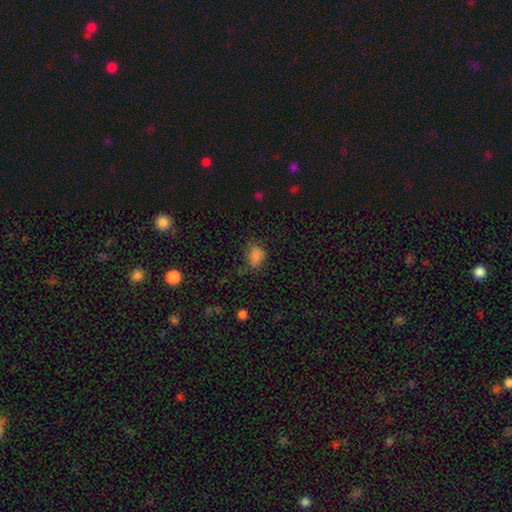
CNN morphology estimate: Smooth or featured: smooth — 80% (star or artifact — 13%)
How rounded: in between — 76% (round — 22%)
Merging: none — 56% (minor disturbance — 29%)